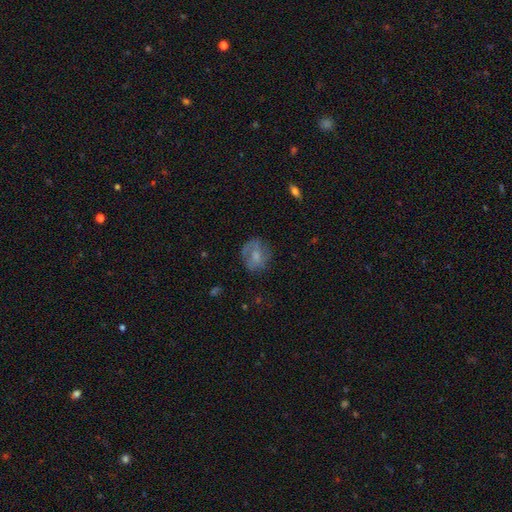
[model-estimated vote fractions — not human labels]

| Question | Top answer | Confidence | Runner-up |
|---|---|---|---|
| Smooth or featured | smooth | 54% | featured or disk (37%) |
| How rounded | round | 64% | in between (34%) |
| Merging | none | 63% | minor disturbance (23%) |